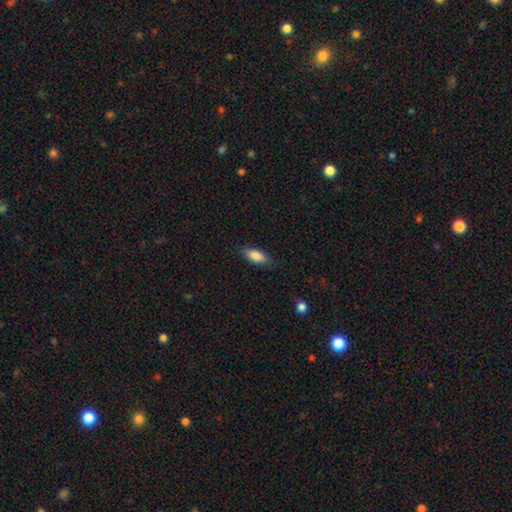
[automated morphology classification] type=smooth (86%); roundness=in between (82%); merging=none (82%).